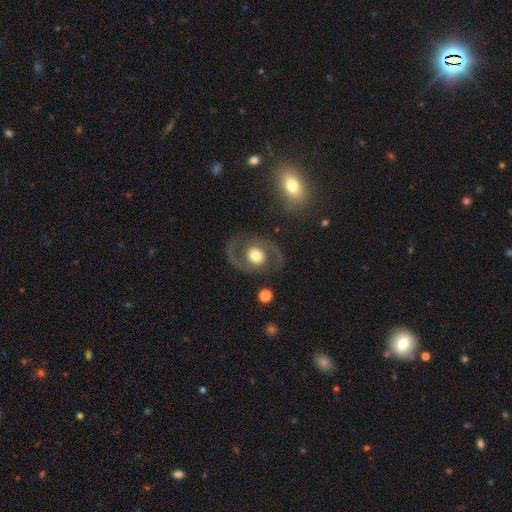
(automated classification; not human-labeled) Overall: featured or disk (79%). Edge-on disk: no (97%). Bar: no (67%). Spiral arms: yes (85%). Spiral arm count: 2 (92%). Spiral winding: medium (58%; loose 26%). Bulge size: moderate (57%; large 33%). Merging: none (80%).